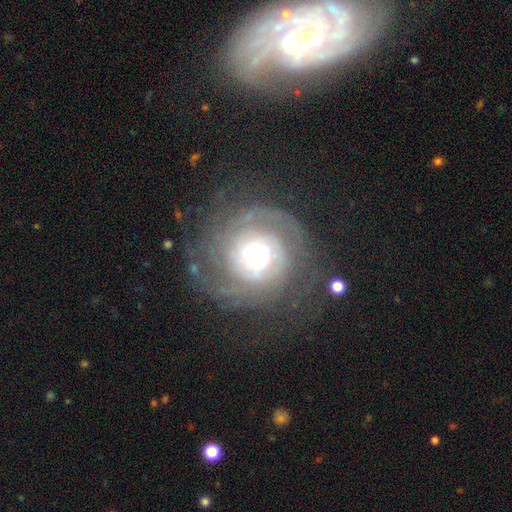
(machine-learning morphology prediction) This appears to be a featured or disk galaxy (79%) with no bar (69%), tight (62%) spiral arms (90%) and a moderate central bulge (53%). Merging: none (68%).